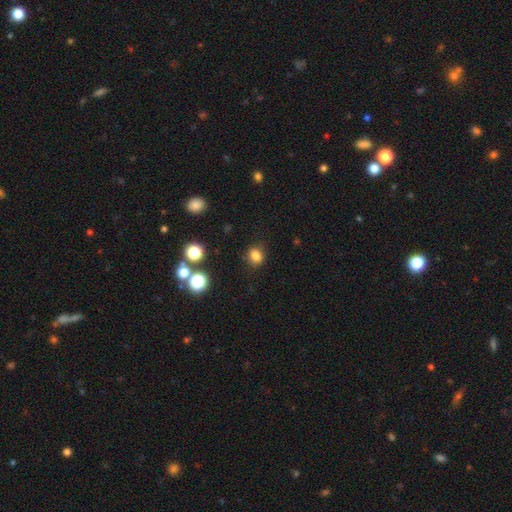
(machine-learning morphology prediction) A smooth galaxy with no disk features (81%) that is round (59%). Merging: none (84%).